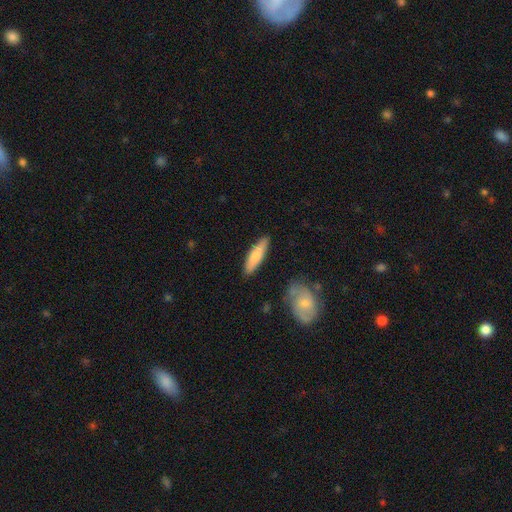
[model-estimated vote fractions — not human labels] This appears to be a smooth galaxy with no disk features (72%) that is cigar-shaped (70%). Merging: none (86%).